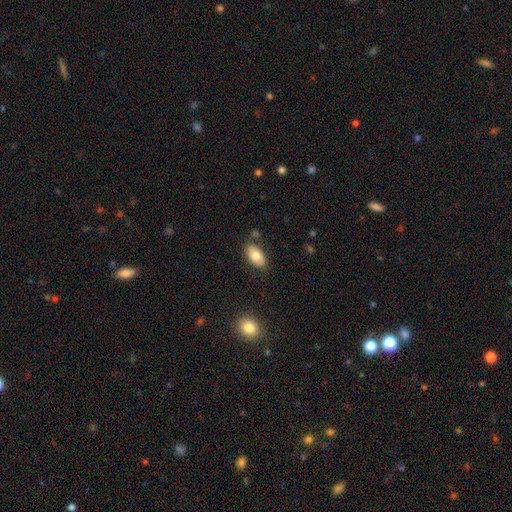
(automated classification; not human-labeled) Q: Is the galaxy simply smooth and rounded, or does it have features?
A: smooth — 80%.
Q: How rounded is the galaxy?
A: in between — 94%.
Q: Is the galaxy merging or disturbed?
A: none — 79%.